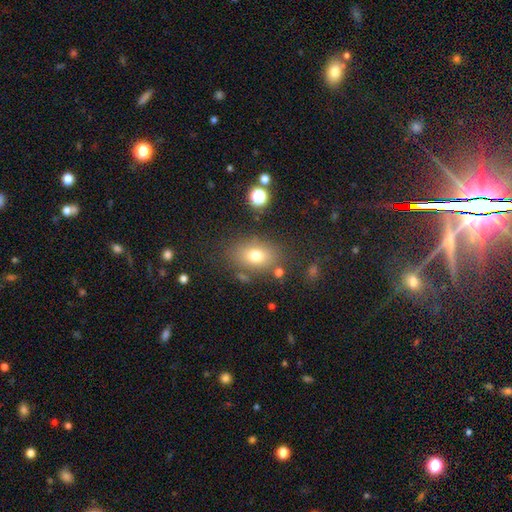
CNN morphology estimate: Overall: smooth (74%). How rounded: in between (75%). Merging: none (75%).